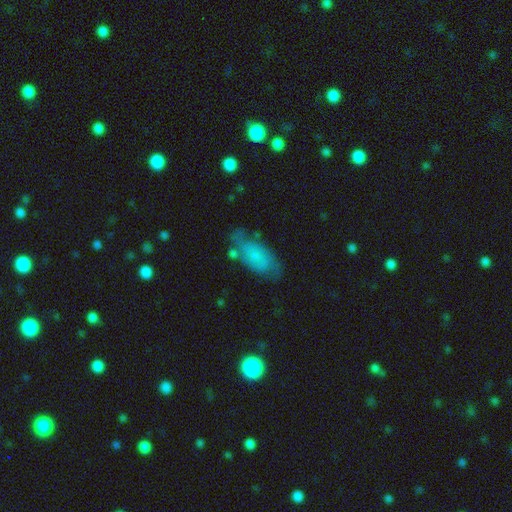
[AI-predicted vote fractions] smooth_or_featured: smooth (p=0.57) [alt: featured or disk p=0.35]
how_rounded: in between (p=0.86) [alt: cigar-shaped p=0.10]
merging: none (p=0.59) [alt: minor disturbance p=0.26]